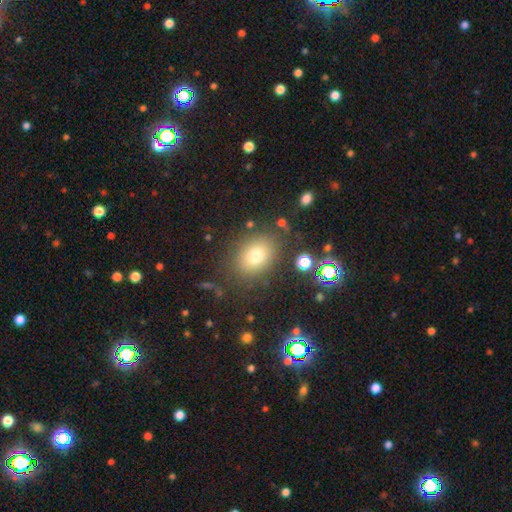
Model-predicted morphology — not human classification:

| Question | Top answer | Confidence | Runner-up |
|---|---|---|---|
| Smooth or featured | smooth | 74% | star or artifact (14%) |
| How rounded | in between | 57% | round (42%) |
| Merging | none | 81% | minor disturbance (11%) |